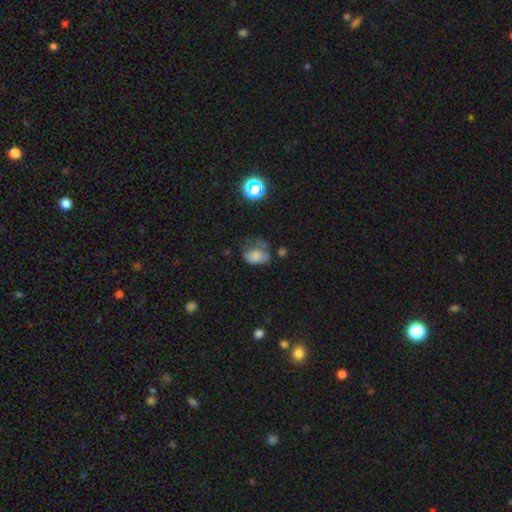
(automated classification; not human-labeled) Smooth or featured? Predicted: smooth (p=0.67). How rounded? Predicted: in between (p=0.70). Merging? Predicted: major disturbance (p=0.35).